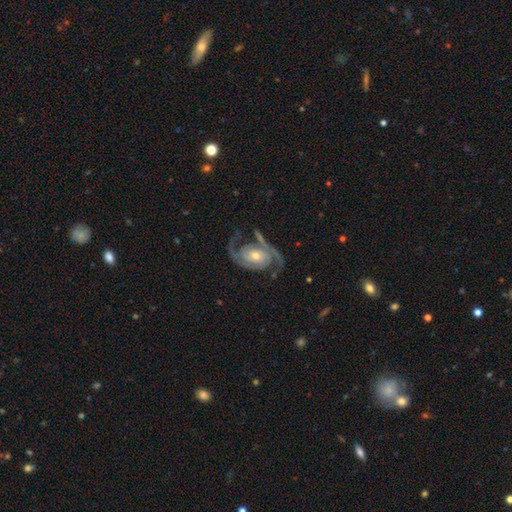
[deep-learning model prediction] Overall: featured or disk (92%). Edge-on disk: no (97%). Bar: no (62%; weak 26%). Spiral arms: yes (98%). Spiral arm count: 2 (91%). Spiral winding: medium (53%; tight 32%). Bulge size: moderate (51%; small 42%). Merging: none (72%).